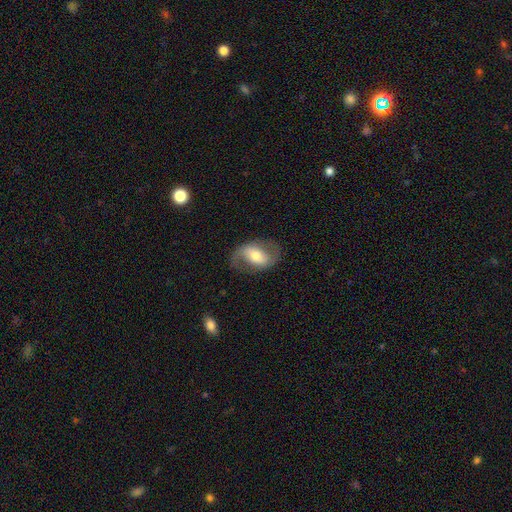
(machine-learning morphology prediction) Smooth or featured?
  - featured or disk: 70% *
  - smooth: 24%
  - star or artifact: 6%
Edge-on disk?
  - no: 96% *
  - yes: 4%
Bar?
  - weak: 40% *
  - no: 31%
  - strong: 29%
Spiral arms?
  - yes: 85% *
  - no: 15%
Spiral winding?
  - medium: 45% *
  - loose: 39%
  - tight: 15%
Spiral arm count?
  - 2: 88% *
  - can't tell: 5%
  - 1: 4%
  - 3: 1%
  - 4: 1%
  - more than 4: 1%
Bulge size?
  - moderate: 60% *
  - small: 25%
  - large: 11%
  - dominant: 2%
  - none: 2%
Merging?
  - none: 75% *
  - minor disturbance: 15%
  - major disturbance: 9%
  - merger: 1%